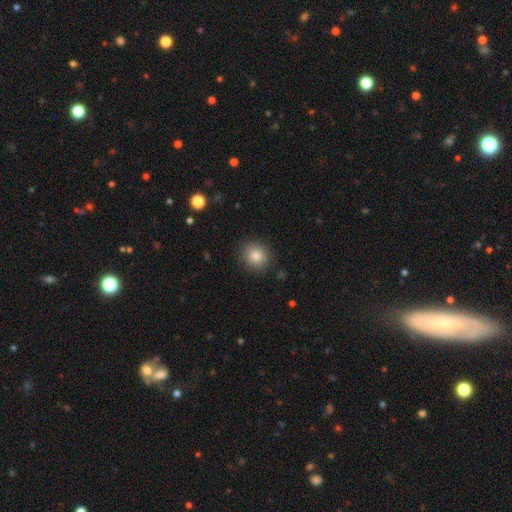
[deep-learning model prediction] Smooth or featured? smooth (84%)
How rounded? round (81%)
Merging? none (88%)